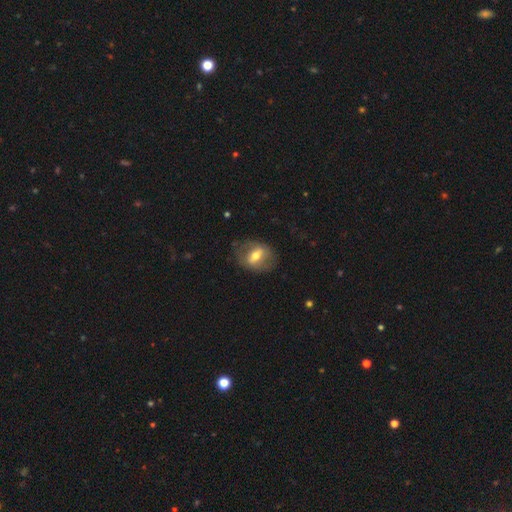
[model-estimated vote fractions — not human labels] Smooth or featured? featured or disk (51%)
Edge-on disk? no (87%)
Merging? none (72%)